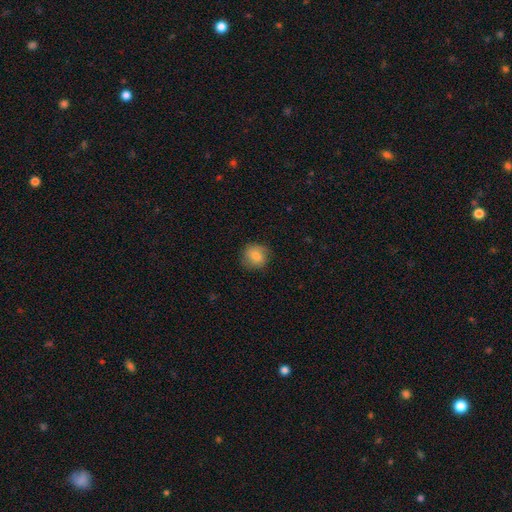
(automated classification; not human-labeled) Smooth or featured? Predicted: smooth (p=0.82). How rounded? Predicted: round (p=0.82). Merging? Predicted: none (p=0.77).